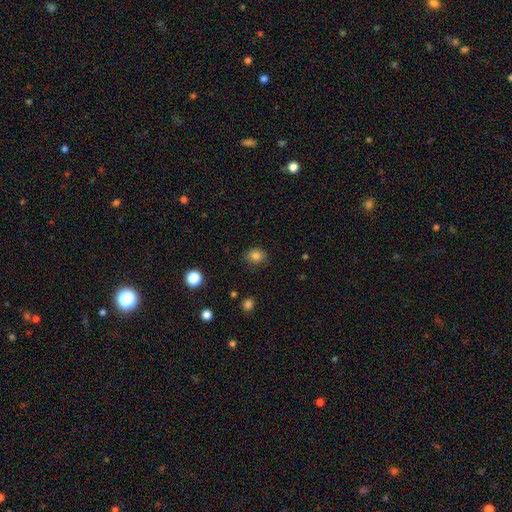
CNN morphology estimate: A smooth galaxy with no disk features (82%) that is round (66%). Merging: none (81%).